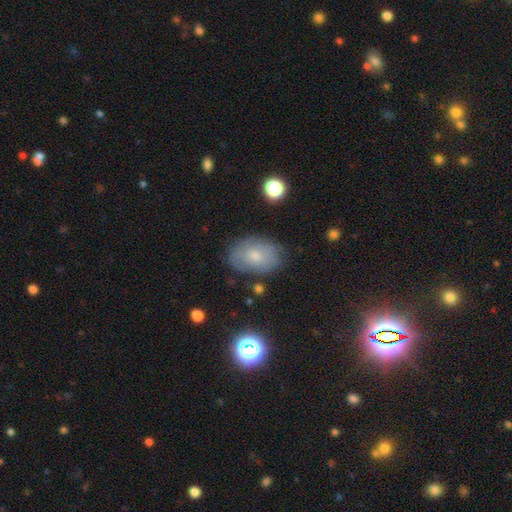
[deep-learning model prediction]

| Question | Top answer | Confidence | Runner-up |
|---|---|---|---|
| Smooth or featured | smooth | 60% | featured or disk (29%) |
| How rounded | in between | 85% | round (14%) |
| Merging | none | 76% | minor disturbance (17%) |